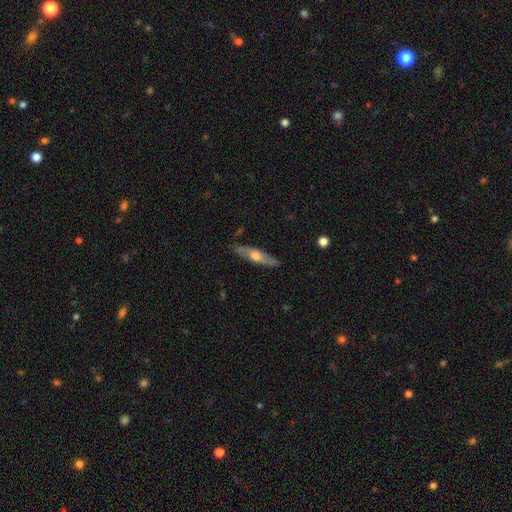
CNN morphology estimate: type=featured or disk (57%); edge-on=yes (73%); merging=none (86%).